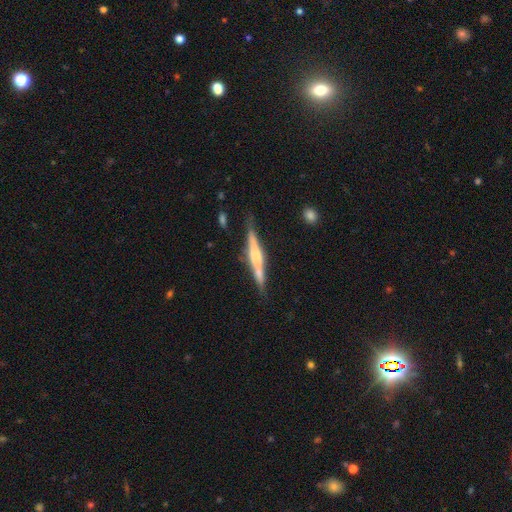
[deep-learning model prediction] smooth-or-featured: featured or disk: 67% | smooth: 26% | star or artifact: 6%
  disk-edge-on: yes: 96% | no: 4%
    edge-on-bulge: rounded: 57% | boxy: 32% | none: 11%
  merging: none: 76% | minor disturbance: 15% | merger: 5% | major disturbance: 4%